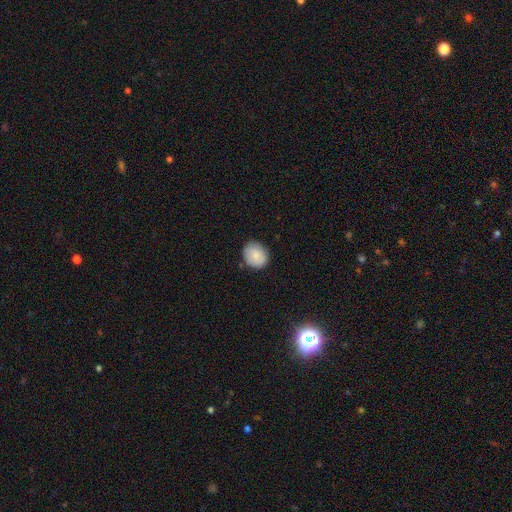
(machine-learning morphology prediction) Overall: smooth (82%). How rounded: round (67%; in between 32%). Merging: none (82%).